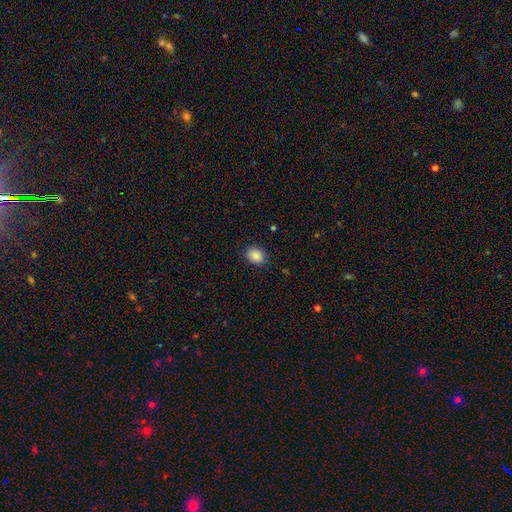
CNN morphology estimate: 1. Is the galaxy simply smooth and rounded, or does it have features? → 88% smooth, 8% star or artifact, 3% featured or disk.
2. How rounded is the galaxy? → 59% in between, 40% round, 1% cigar-shaped.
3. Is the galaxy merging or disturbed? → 88% none, 9% minor disturbance, 2% major disturbance, 1% merger.